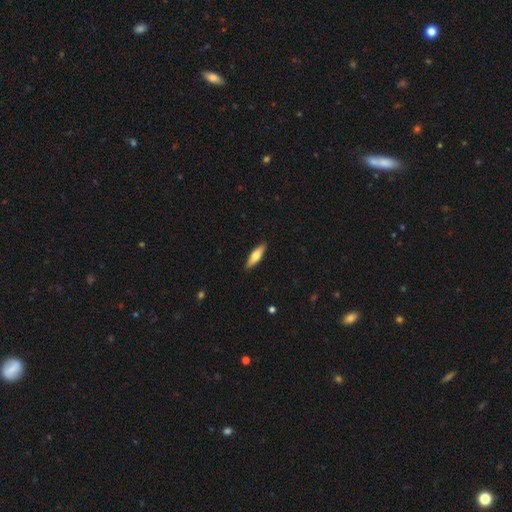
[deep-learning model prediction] A smooth galaxy with no disk features (62%) that is cigar-shaped (56%).

Vote fractions:
- Smooth or featured? smooth: 62% / featured or disk: 32% / star or artifact: 6%
- How rounded? cigar-shaped: 56% / in between: 42% / round: 2%
- Merging? none: 89% / minor disturbance: 8% / major disturbance: 2% / merger: 1%